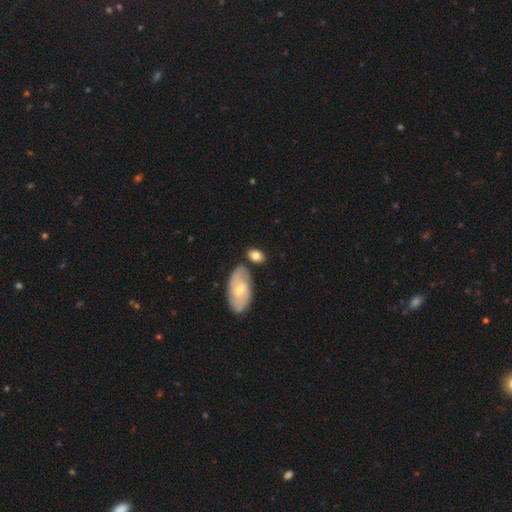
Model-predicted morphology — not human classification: A smooth galaxy with no disk features (75%) that is in between round and cigar-shaped (84%). Merging: none (66%).